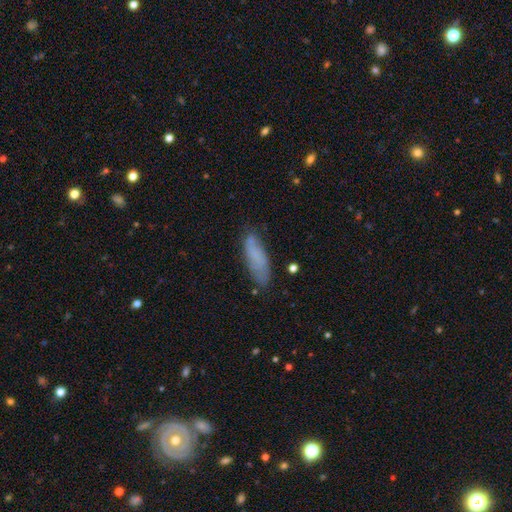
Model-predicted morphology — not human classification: smooth 70%, featured or disk 22%, star or artifact 8%. Down the decision tree: how rounded — in between (51%); merging — none (70%).